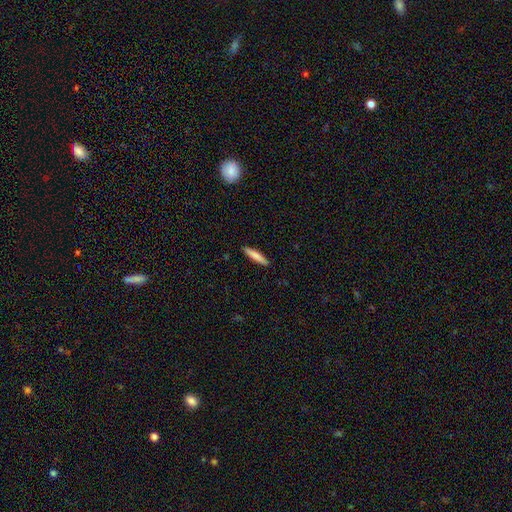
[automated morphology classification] Smooth or featured: smooth — 78% (featured or disk — 17%)
How rounded: cigar-shaped — 90% (in between — 8%)
Merging: none — 91% (minor disturbance — 6%)